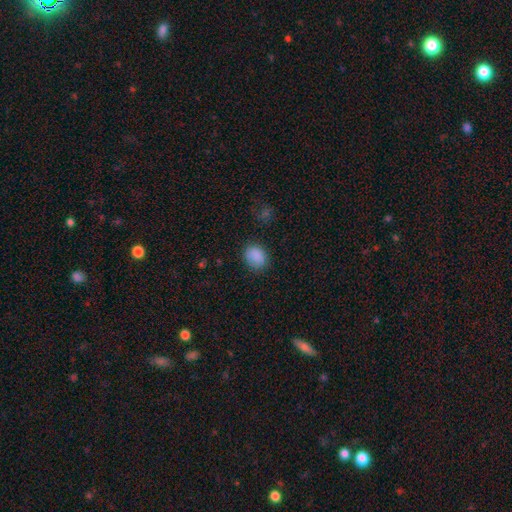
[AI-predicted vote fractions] A smooth galaxy with no disk features (87%) that is round (50%). Merging: none (81%).